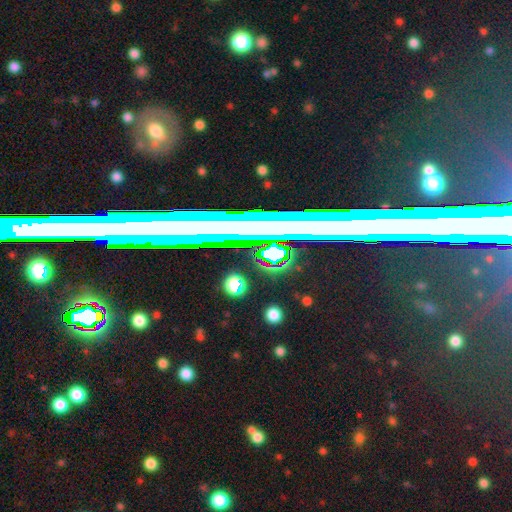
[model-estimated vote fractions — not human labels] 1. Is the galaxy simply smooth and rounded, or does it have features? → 57% star or artifact, 29% featured or disk, 13% smooth.